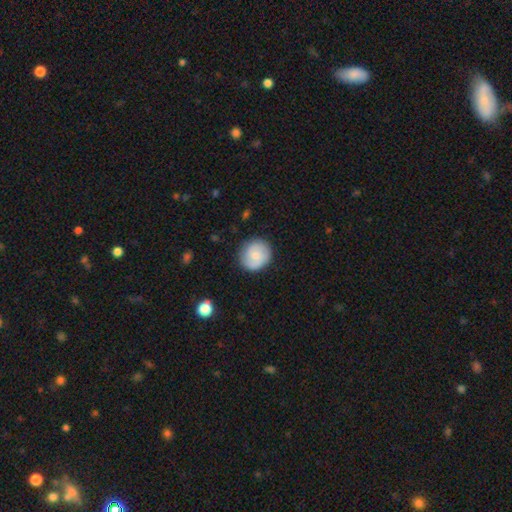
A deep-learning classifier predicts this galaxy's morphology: A smooth galaxy with no disk features (60%) that is round (88%). Merging: none (83%).